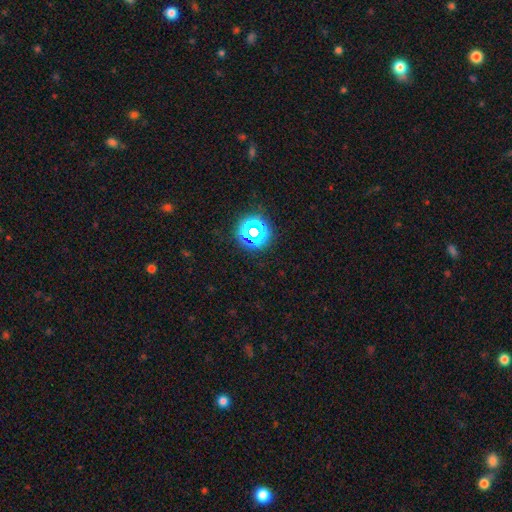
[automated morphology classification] smooth_or_featured: star or artifact (p=0.61) [alt: smooth p=0.33]